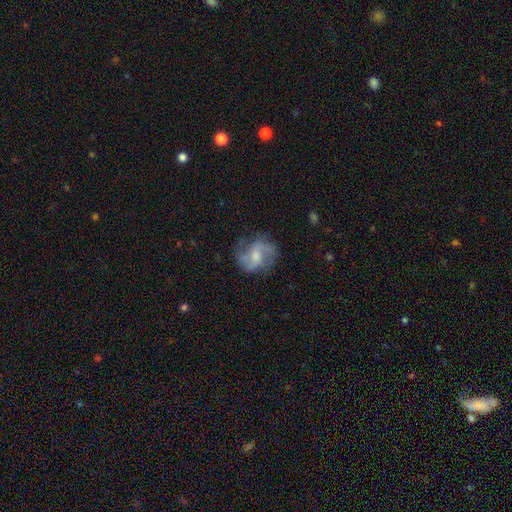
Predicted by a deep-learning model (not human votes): Morphology: type=featured or disk (70%); edge-on=no (97%); bar=weak (48%); spiral arms=yes (89%); winding=medium (45%); arm count=2 (81%); bulge=small (43%); merging=none (68%).